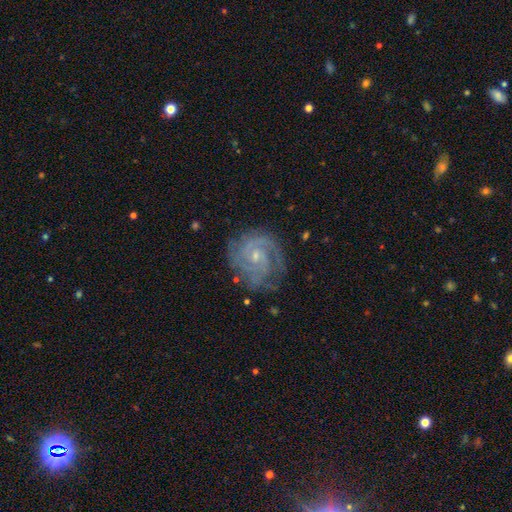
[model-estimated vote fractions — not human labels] smooth-or-featured: featured or disk: 87% | smooth: 7% | star or artifact: 6%
  disk-edge-on: no: 98% | yes: 2%
    bar: no: 61% | weak: 34% | strong: 6%
    has-spiral-arms: yes: 97% | no: 3%
      spiral-winding: tight: 64% | medium: 30% | loose: 5%
      spiral-arm-count: 2: 44% | 3: 21% | can't tell: 20% | 4: 6% | 1: 5% | more than 4: 4%
    bulge-size: small: 68% | moderate: 26% | none: 4% | large: 1% | dominant: 1%
  merging: none: 72% | minor disturbance: 19% | major disturbance: 8% | merger: 2%